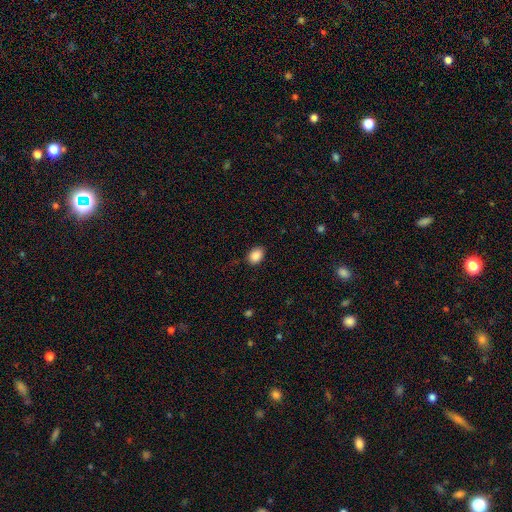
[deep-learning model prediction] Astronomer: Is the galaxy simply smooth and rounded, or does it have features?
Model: smooth — 89%.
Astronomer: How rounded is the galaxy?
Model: in between — 73%.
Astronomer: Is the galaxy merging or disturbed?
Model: none — 85%.